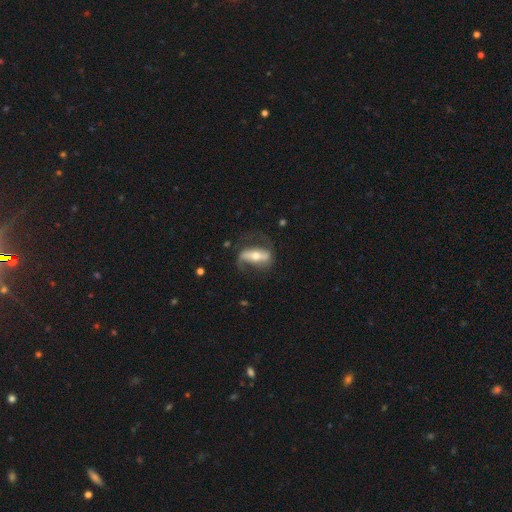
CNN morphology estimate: The model was most divided on "spiral winding": loose: 50%, medium: 35%, tight: 15%. More confident: spiral arm count — 2 (85%); spiral arms — yes (84%); edge-on disk — no (81%); smooth or featured — featured or disk (76%); bar — strong (64%); merging — none (64%); bulge size — moderate (56%).